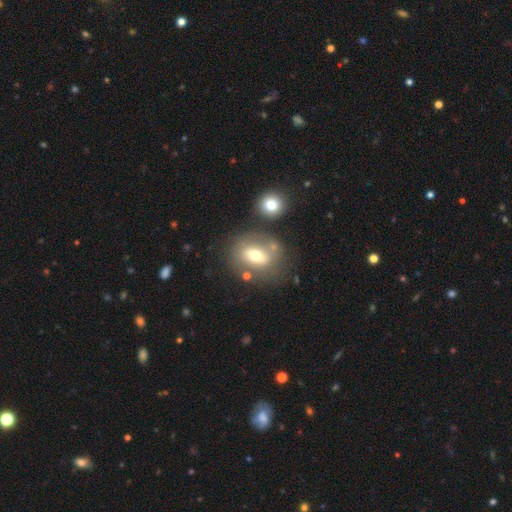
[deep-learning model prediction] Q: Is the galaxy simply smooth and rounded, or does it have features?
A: smooth — 54%.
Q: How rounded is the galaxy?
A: in between — 59%.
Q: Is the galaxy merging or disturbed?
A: none — 62%.